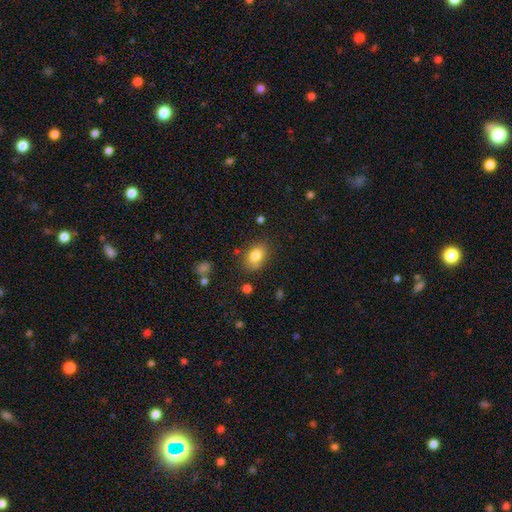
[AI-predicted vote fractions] A smooth galaxy with no disk features (81%) that is in between round and cigar-shaped (76%). Merging: none (77%).